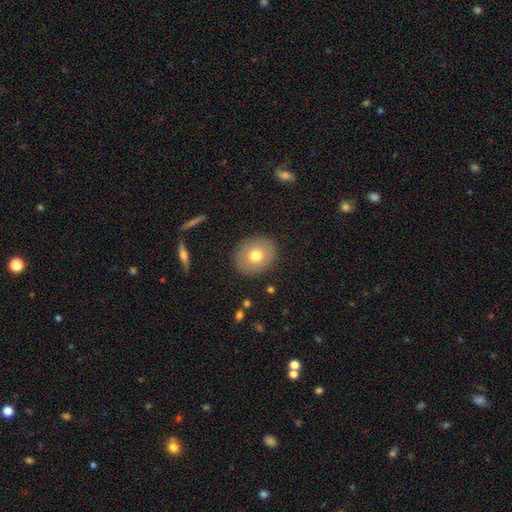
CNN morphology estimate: Q: Smooth or featured?
A: smooth (71%); runner-up: featured or disk (21%)
Q: How rounded?
A: round (64%); runner-up: in between (35%)
Q: Merging?
A: none (89%); runner-up: minor disturbance (8%)